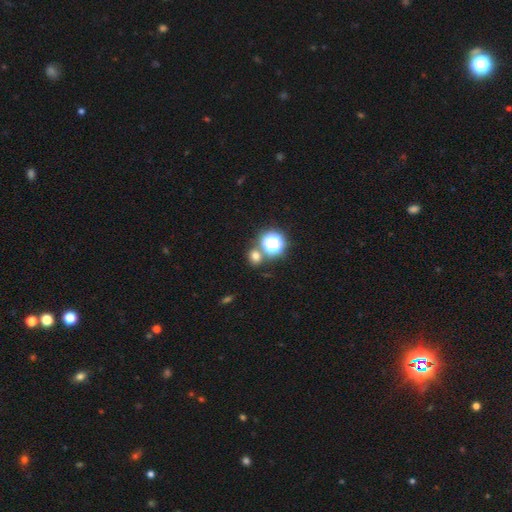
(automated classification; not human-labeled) The model was most divided on "smooth or featured": smooth: 66%, star or artifact: 27%, featured or disk: 7%. More confident: how rounded — round (77%); merging — none (74%).